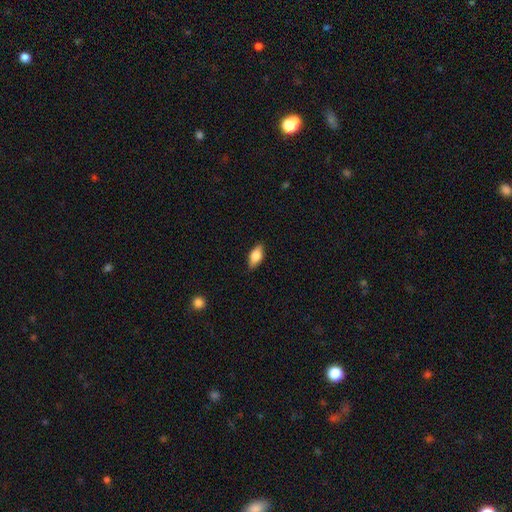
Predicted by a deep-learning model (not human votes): Smooth or featured: smooth — 74% (featured or disk — 19%)
How rounded: in between — 85% (cigar-shaped — 11%)
Merging: none — 86% (minor disturbance — 11%)